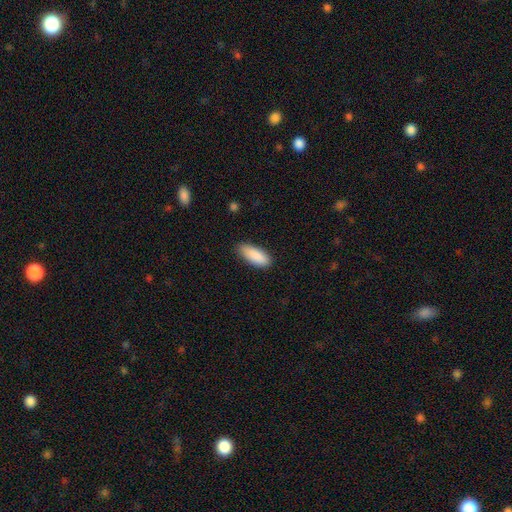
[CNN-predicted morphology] smooth 90%, star or artifact 6%, featured or disk 4%. Down the decision tree: how rounded — in between (76%); merging — none (84%).